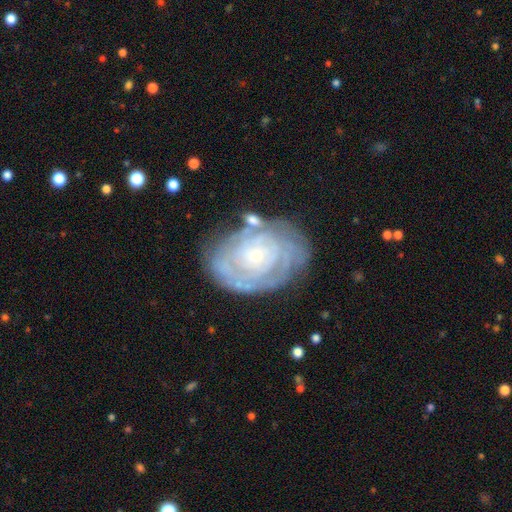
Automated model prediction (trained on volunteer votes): featured or disk 82%, smooth 12%, star or artifact 6%. Down the decision tree: edge-on disk — no (97%); bar — no (81%); spiral arms — yes (89%); spiral arm count — can't tell (49%); spiral winding — tight (83%); bulge size — small (79%); merging — none (69%).